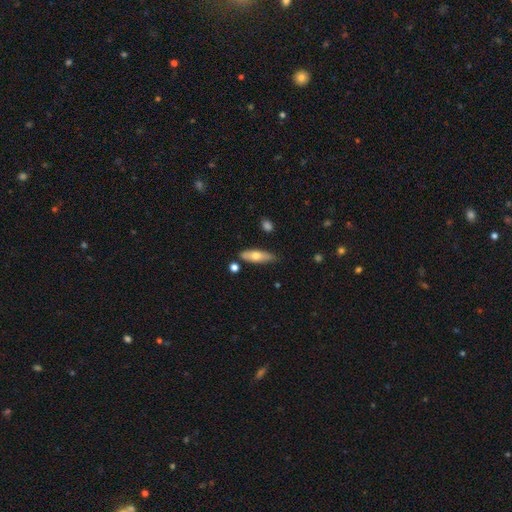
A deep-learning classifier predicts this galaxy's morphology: A smooth galaxy with no disk features (60%) that is in between round and cigar-shaped (50%).

Vote fractions:
- Smooth or featured? smooth: 60% / featured or disk: 34% / star or artifact: 6%
- How rounded? in between: 50% / cigar-shaped: 47% / round: 3%
- Merging? none: 79% / minor disturbance: 14% / merger: 4% / major disturbance: 3%